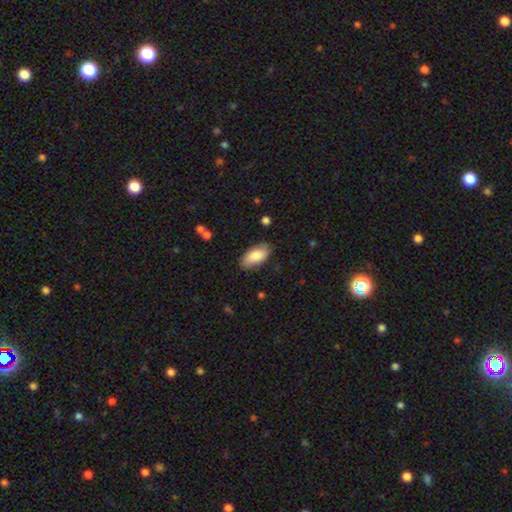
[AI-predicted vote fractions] A smooth galaxy with no disk features (83%) that is in between round and cigar-shaped (92%). Merging: none (84%).